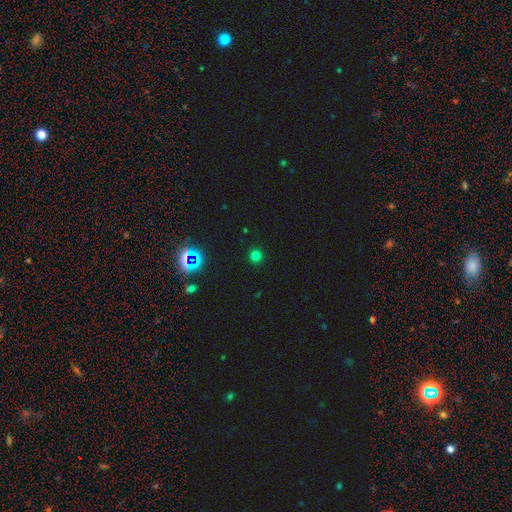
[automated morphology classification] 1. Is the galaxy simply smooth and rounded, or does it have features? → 71% smooth, 24% star or artifact, 5% featured or disk.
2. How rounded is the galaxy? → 94% round, 5% in between, 1% cigar-shaped.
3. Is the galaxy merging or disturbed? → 91% none, 5% minor disturbance, 2% major disturbance, 1% merger.